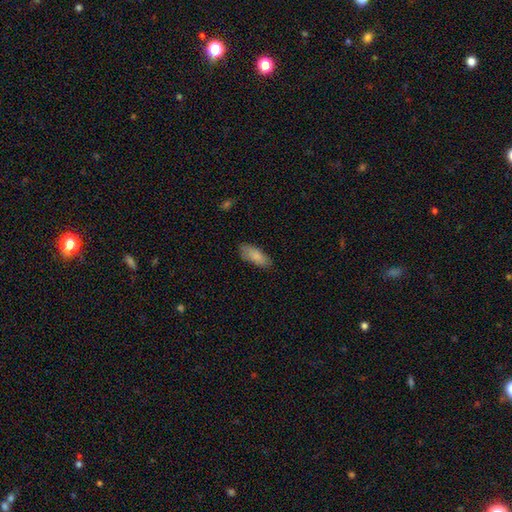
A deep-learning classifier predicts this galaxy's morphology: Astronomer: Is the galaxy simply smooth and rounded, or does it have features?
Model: smooth — 86%.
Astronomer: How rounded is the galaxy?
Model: in between — 77%.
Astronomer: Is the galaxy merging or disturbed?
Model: none — 82%.